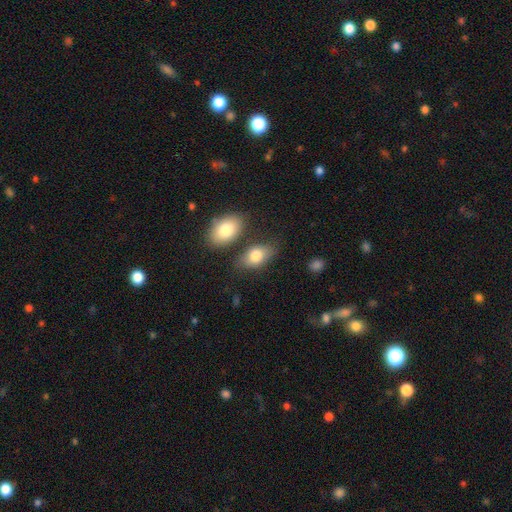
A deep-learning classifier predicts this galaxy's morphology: A smooth galaxy with no disk features (78%) that is in between round and cigar-shaped (89%).

Vote fractions:
- Smooth or featured? smooth: 78% / featured or disk: 15% / star or artifact: 7%
- How rounded? in between: 89% / round: 9% / cigar-shaped: 2%
- Merging? none: 66% / minor disturbance: 15% / merger: 14% / major disturbance: 5%